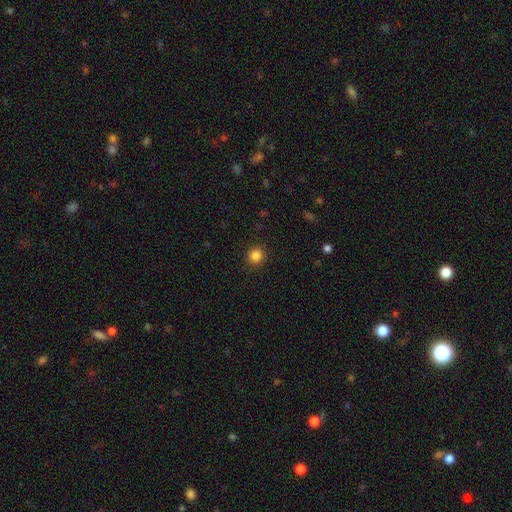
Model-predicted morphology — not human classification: A smooth galaxy with no disk features (85%) that is round (91%).

Vote fractions:
- Smooth or featured? smooth: 85% / star or artifact: 12% / featured or disk: 4%
- How rounded? round: 91% / in between: 8% / cigar-shaped: 1%
- Merging? none: 91% / minor disturbance: 6% / major disturbance: 2% / merger: 1%